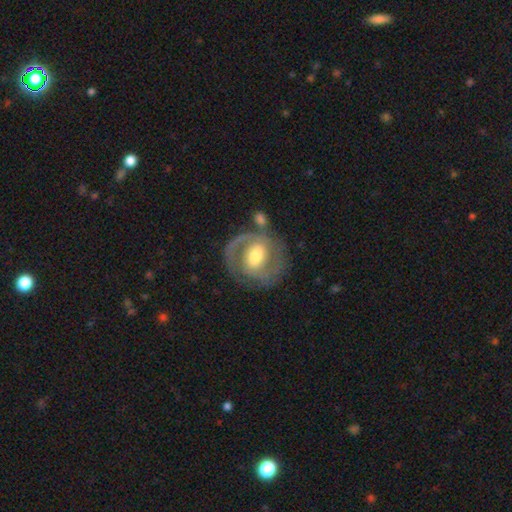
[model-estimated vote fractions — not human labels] This is likely a featured or disk galaxy (79%). It is clearly not viewed edge-on (97%). Bar: possibly weak (49%). Spiral arm pattern: clearly yes (85%). Spiral arm count: likely 2 (72%). Spiral winding: possibly tight (46%). Central bulge: likely moderate (66%). Merging: likely none (66%).